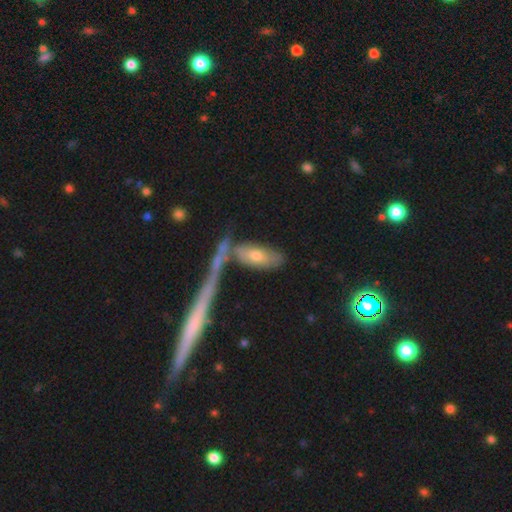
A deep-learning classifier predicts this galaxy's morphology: This appears to be a smooth galaxy with no disk features (62%) that is in between round and cigar-shaped (68%). Merging: none (55%).